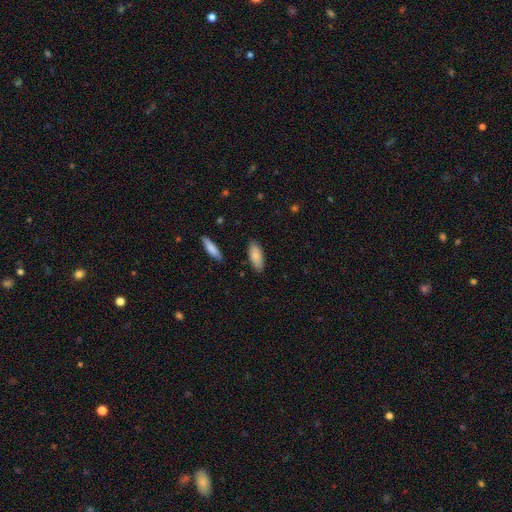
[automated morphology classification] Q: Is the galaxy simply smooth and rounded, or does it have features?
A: smooth — 84%.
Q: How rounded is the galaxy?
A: in between — 78%.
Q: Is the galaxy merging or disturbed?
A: none — 85%.